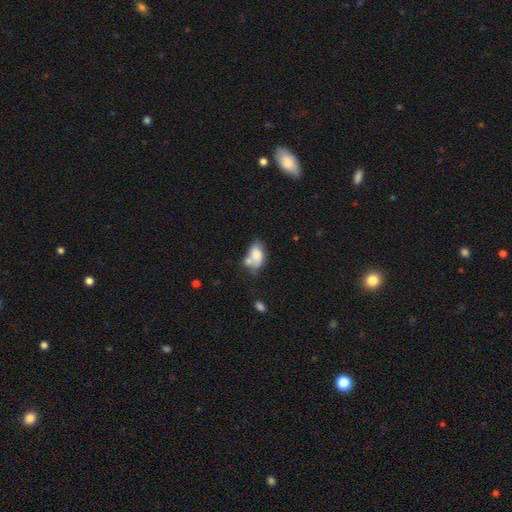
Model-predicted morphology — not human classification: Overall: smooth (72%). How rounded: in between (88%). Merging: merger (40%; none 29%).